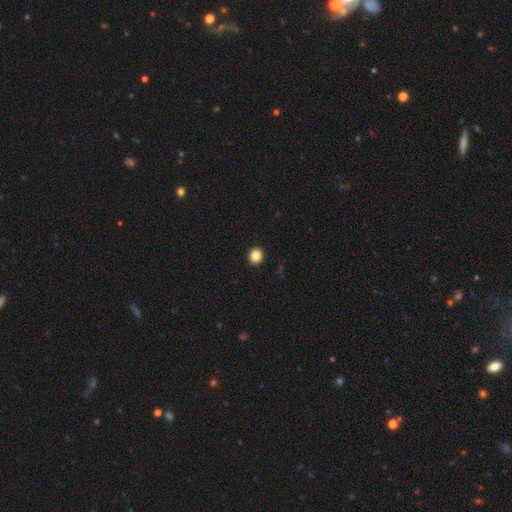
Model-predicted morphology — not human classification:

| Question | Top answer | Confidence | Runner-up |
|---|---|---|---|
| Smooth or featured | smooth | 86% | star or artifact (10%) |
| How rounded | round | 77% | in between (22%) |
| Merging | none | 93% | minor disturbance (5%) |